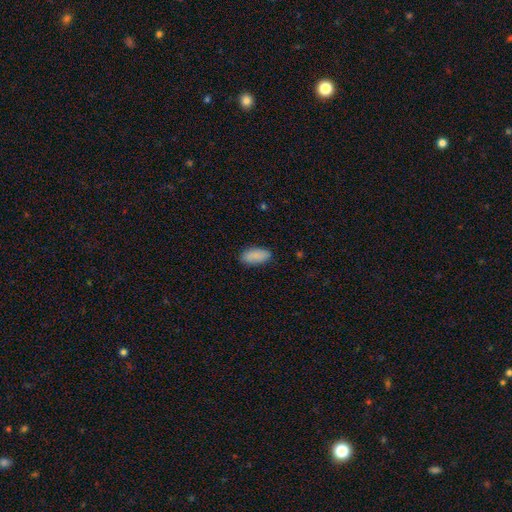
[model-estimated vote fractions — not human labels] smooth-or-featured: smooth: 87% | featured or disk: 7% | star or artifact: 7%
  how-rounded: in between: 92% | cigar-shaped: 6% | round: 2%
  merging: none: 86% | minor disturbance: 11% | major disturbance: 2% | merger: 1%